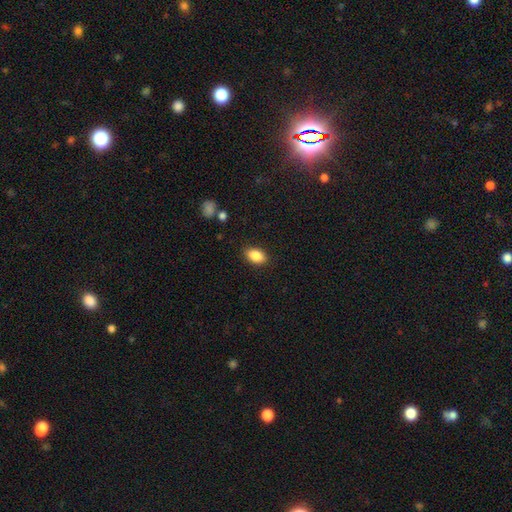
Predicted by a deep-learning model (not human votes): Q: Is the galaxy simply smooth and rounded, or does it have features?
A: smooth — 87%.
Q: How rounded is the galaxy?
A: in between — 89%.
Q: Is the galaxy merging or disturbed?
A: none — 87%.